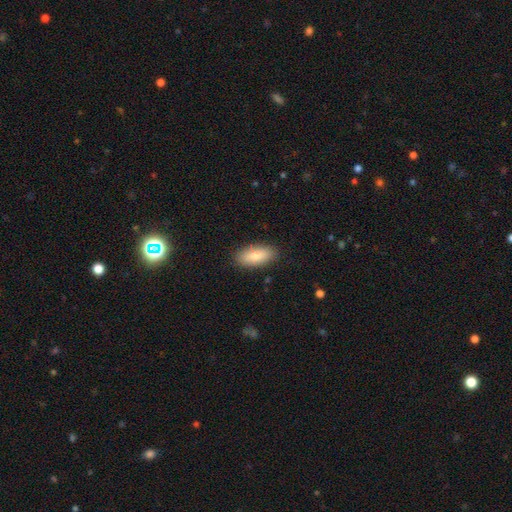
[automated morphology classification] type=smooth (82%); roundness=in between (87%); merging=none (87%).